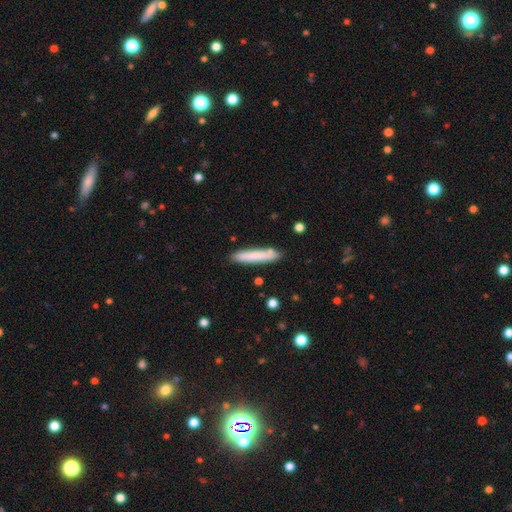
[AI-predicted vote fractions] A smooth galaxy with no disk features (78%) that is cigar-shaped (92%). Merging: none (84%).